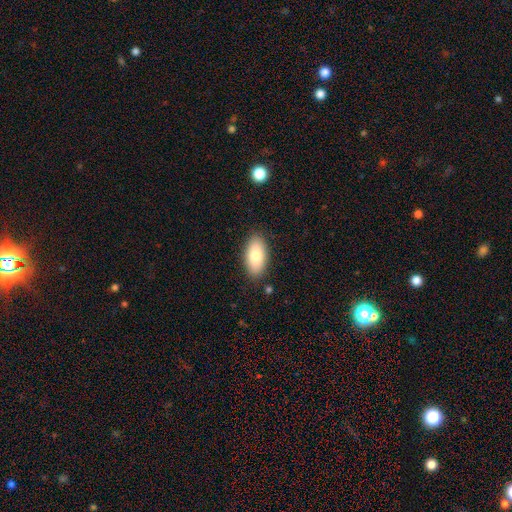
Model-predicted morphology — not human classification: smooth 78%, featured or disk 15%, star or artifact 7%. Down the decision tree: how rounded — in between (92%); merging — none (87%).